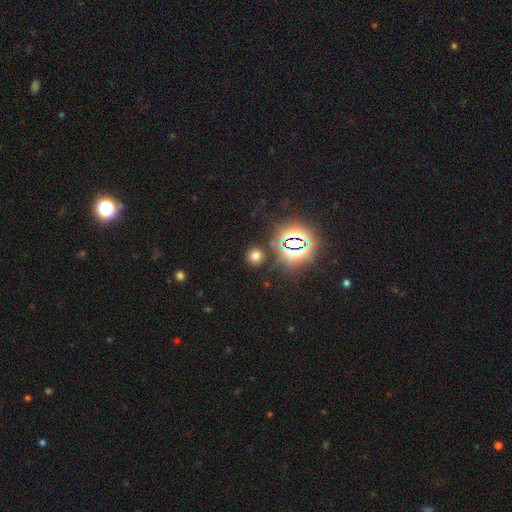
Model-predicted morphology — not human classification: type=smooth (63%); roundness=round (88%); merging=none (86%).